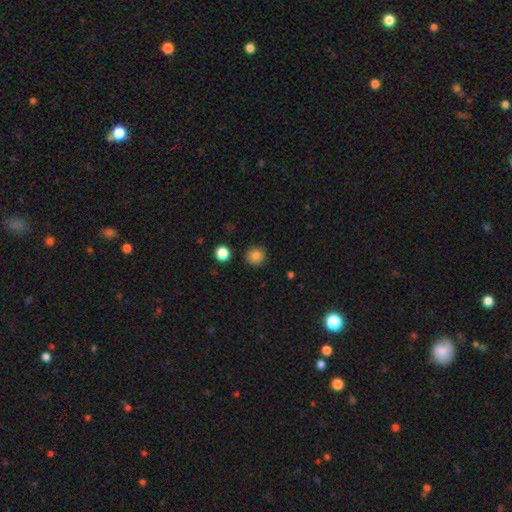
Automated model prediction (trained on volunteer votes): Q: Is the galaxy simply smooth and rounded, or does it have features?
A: smooth — 84%.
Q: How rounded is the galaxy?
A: round — 94%.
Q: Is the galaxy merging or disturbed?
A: none — 90%.